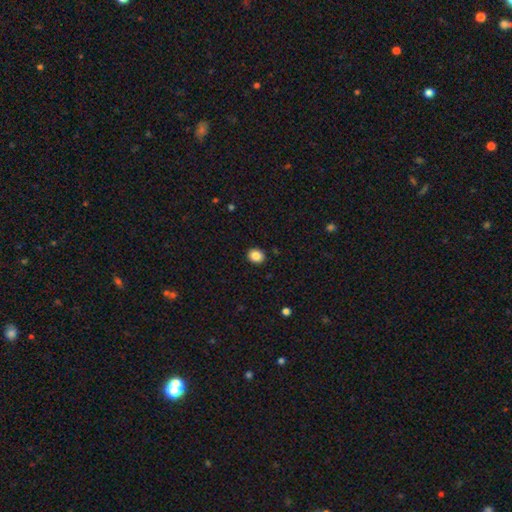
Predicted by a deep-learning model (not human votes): A smooth galaxy with no disk features (86%) that is round (64%). Merging: none (91%).